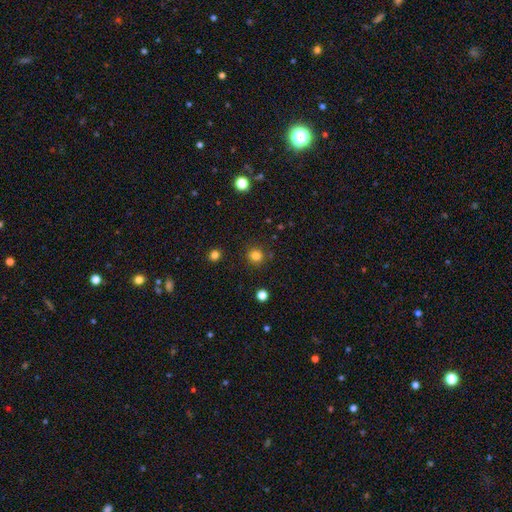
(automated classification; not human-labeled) Overall: smooth (82%). How rounded: round (91%). Merging: none (89%).